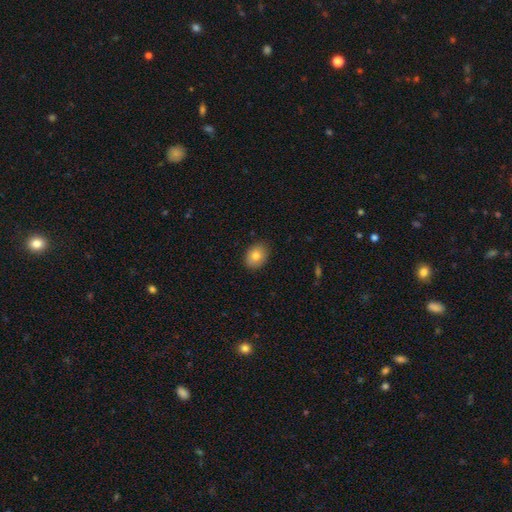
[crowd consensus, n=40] A smooth galaxy with no disk features (80%) that is in between round and cigar-shaped (84%).

Vote fractions:
- Smooth or featured? smooth: 80% / featured or disk: 15% / star or artifact: 5%
- How rounded? in between: 84% / round: 16% / cigar-shaped: 0%
- Merging? none: 71% / minor disturbance: 24% / merger: 5% / major disturbance: 0%